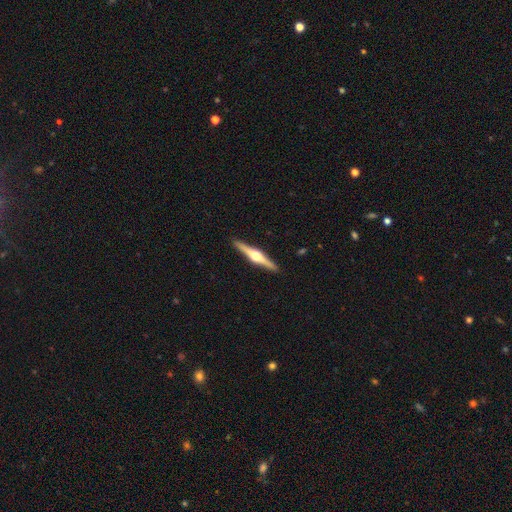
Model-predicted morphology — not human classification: Smooth or featured: featured or disk — 80% (smooth — 16%)
Edge-on disk: yes — 98% (no — 2%)
Edge-on bulge: rounded — 96% (boxy — 3%)
Merging: none — 92% (minor disturbance — 5%)